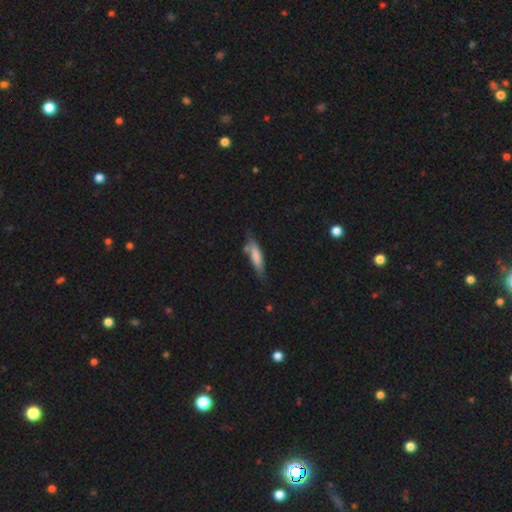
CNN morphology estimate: Smooth or featured? Predicted: smooth (p=0.76). How rounded? Predicted: cigar-shaped (p=0.69). Merging? Predicted: none (p=0.64).